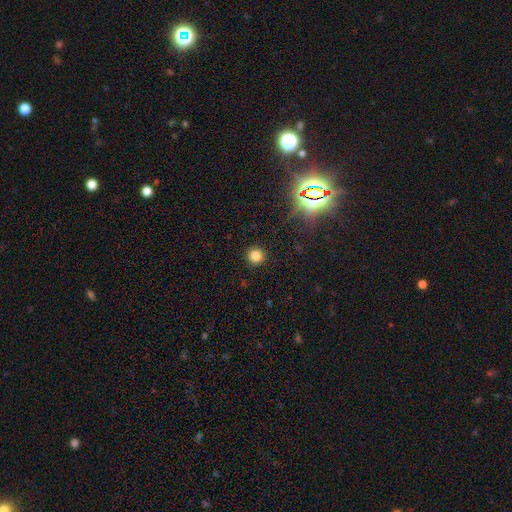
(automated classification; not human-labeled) Smooth or featured?
  - smooth: 80% *
  - star or artifact: 16%
  - featured or disk: 5%
How rounded?
  - round: 94% *
  - in between: 5%
  - cigar-shaped: 1%
Merging?
  - none: 92% *
  - minor disturbance: 5%
  - major disturbance: 2%
  - merger: 1%